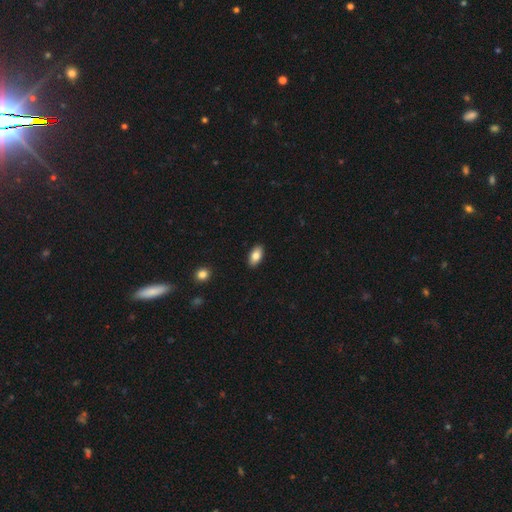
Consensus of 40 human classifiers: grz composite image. It shows a smooth galaxy with no disk features (75%) that is in between round and cigar-shaped (97%). Merging: none (89%).